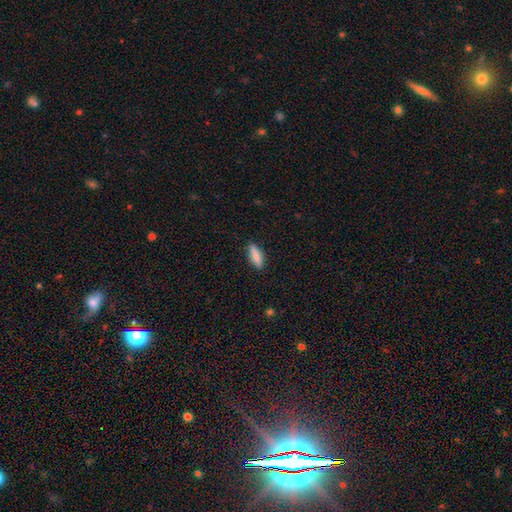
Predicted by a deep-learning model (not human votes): smooth 83%, featured or disk 10%, star or artifact 6%. Down the decision tree: how rounded — cigar-shaped (52%); merging — none (87%).